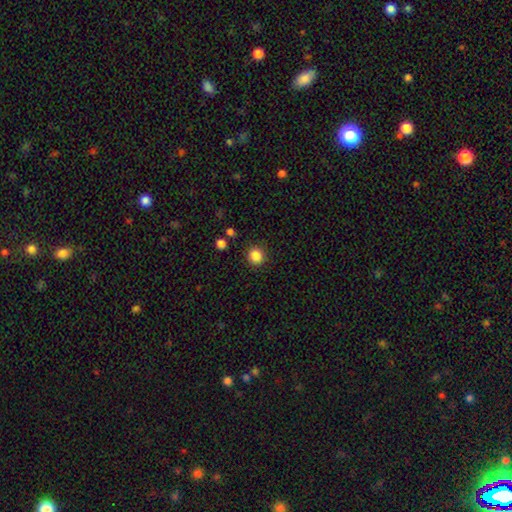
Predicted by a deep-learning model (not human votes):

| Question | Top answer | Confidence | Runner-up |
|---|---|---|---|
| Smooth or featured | smooth | 86% | star or artifact (10%) |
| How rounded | round | 89% | in between (10%) |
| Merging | none | 90% | minor disturbance (6%) |